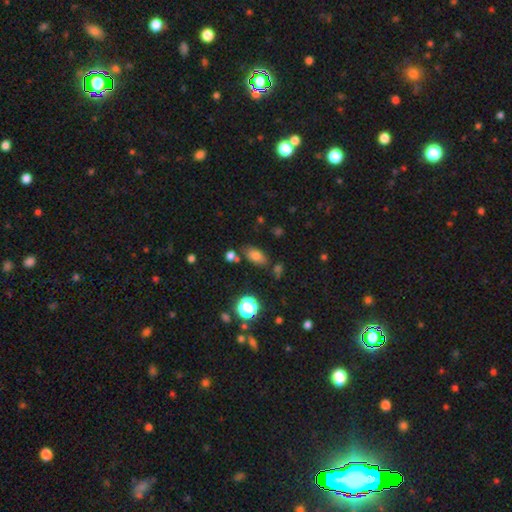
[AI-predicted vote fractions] Smooth or featured? smooth (76%)
How rounded? in between (84%)
Merging? none (73%)